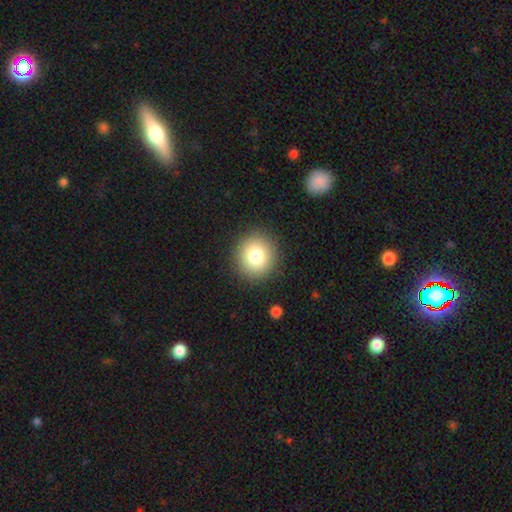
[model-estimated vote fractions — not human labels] Smooth or featured? Predicted: smooth (p=0.81). How rounded? Predicted: round (p=0.89). Merging? Predicted: none (p=0.90).